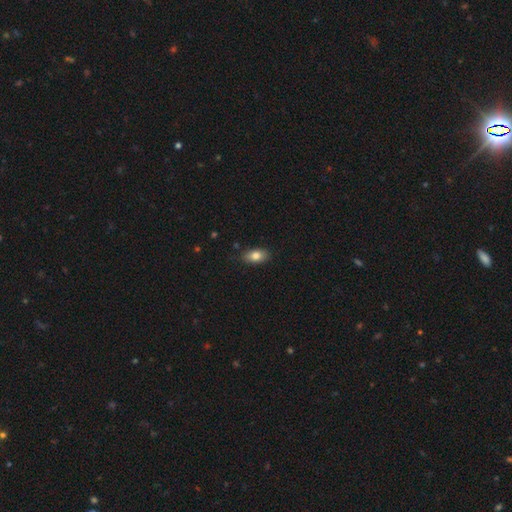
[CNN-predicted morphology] smooth_or_featured: smooth (p=0.82) [alt: featured or disk p=0.10]
how_rounded: in between (p=0.89) [alt: round p=0.07]
merging: none (p=0.85) [alt: minor disturbance p=0.12]